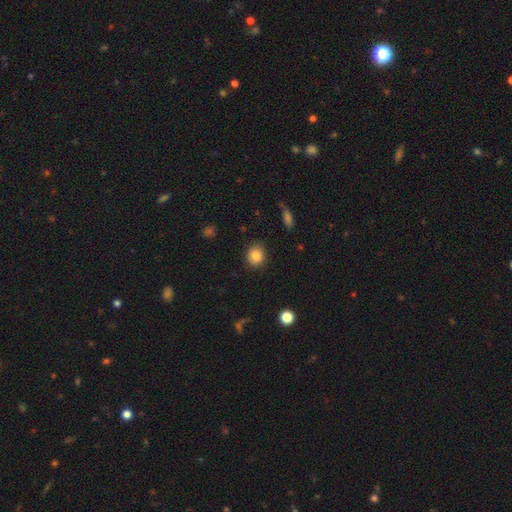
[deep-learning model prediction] Smooth or featured? smooth (84%)
How rounded? round (75%)
Merging? none (87%)